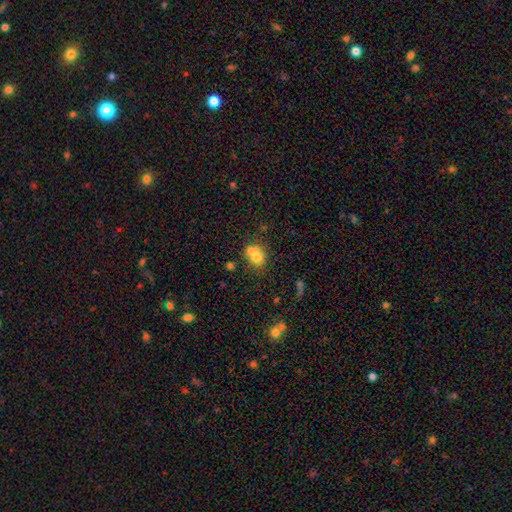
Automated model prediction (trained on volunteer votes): smooth-or-featured: smooth: 71% | featured or disk: 17% | star or artifact: 12%
  how-rounded: round: 67% | in between: 32% | cigar-shaped: 1%
  merging: merger: 52% | none: 33% | minor disturbance: 10% | major disturbance: 5%